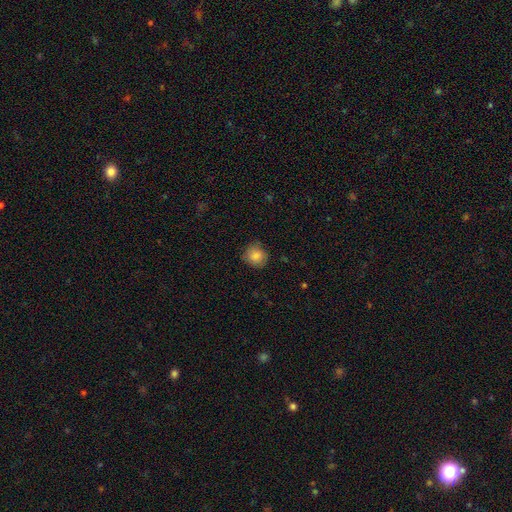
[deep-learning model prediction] Q: Smooth or featured?
A: smooth (84%); runner-up: star or artifact (8%)
Q: How rounded?
A: round (87%); runner-up: in between (12%)
Q: Merging?
A: none (80%); runner-up: minor disturbance (16%)